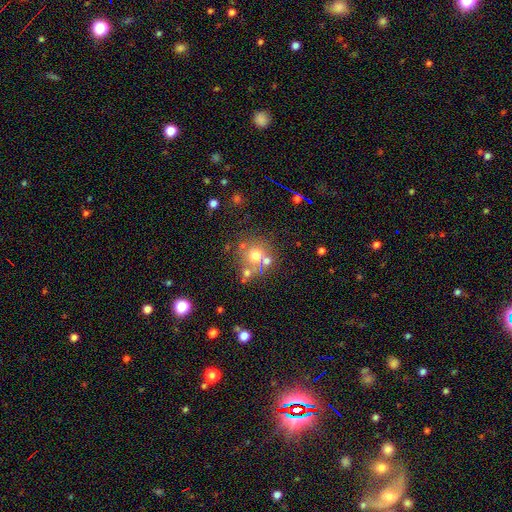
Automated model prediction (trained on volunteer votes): This is likely a smooth galaxy (60%). How rounded: clearly round (89%). Merging: likely none (61%).